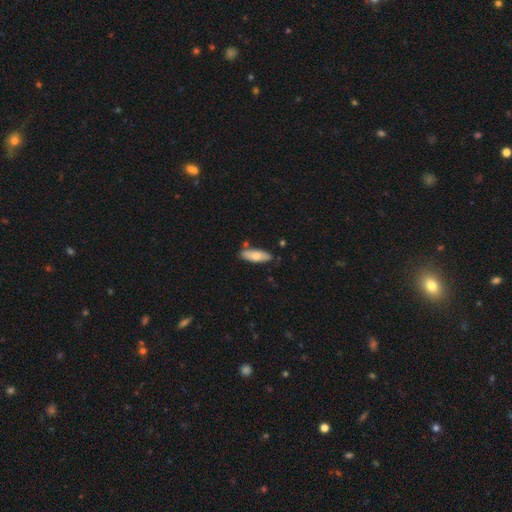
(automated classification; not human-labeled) A smooth galaxy with no disk features (73%) that is in between round and cigar-shaped (64%). Merging: none (76%).